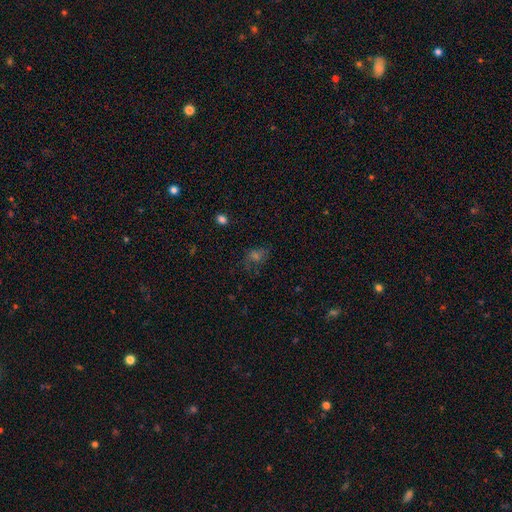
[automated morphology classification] Overall: smooth (45%; star or artifact 33%). Merging: none (62%).